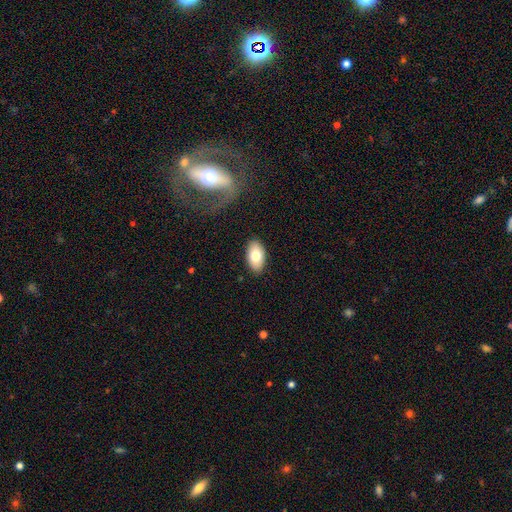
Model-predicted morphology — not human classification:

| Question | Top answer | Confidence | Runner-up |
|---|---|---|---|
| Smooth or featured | smooth | 77% | featured or disk (16%) |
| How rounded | in between | 94% | round (4%) |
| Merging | none | 88% | minor disturbance (9%) |